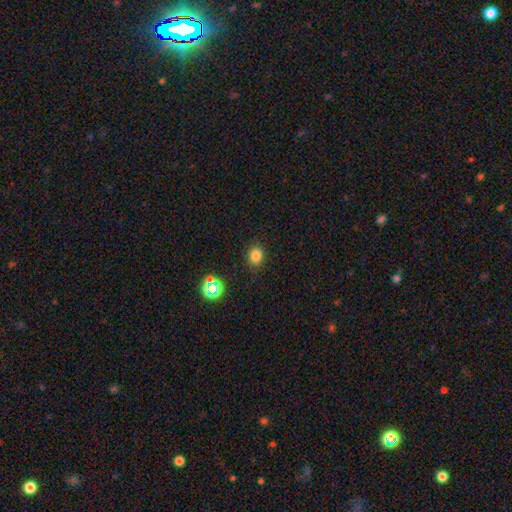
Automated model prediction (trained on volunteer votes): Smooth or featured? Predicted: smooth (p=0.79). How rounded? Predicted: round (p=0.65). Merging? Predicted: none (p=0.83).